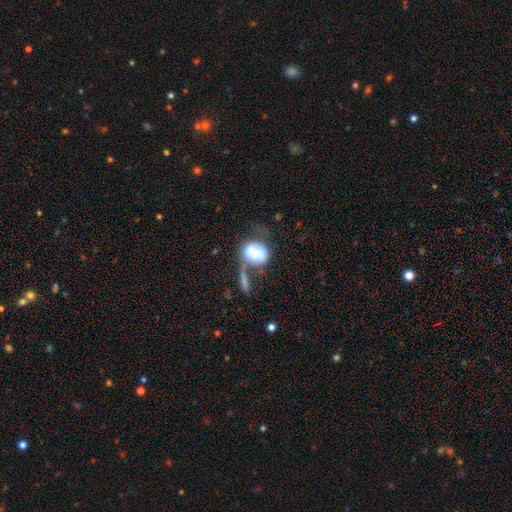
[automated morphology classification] Smooth or featured? Predicted: smooth (p=0.64). How rounded? Predicted: in between (p=0.55). Merging? Predicted: none (p=0.31).